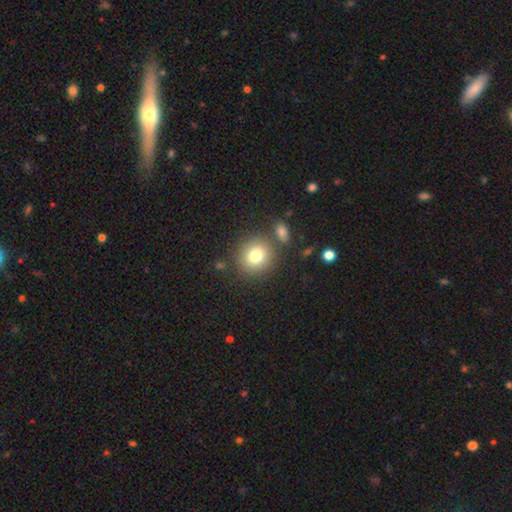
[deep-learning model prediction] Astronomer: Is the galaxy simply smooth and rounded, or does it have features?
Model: smooth — 79%.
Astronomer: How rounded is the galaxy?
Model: round — 86%.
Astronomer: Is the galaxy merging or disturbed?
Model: none — 78%.